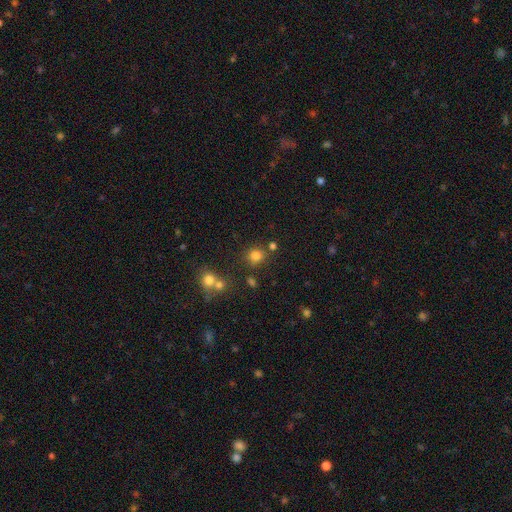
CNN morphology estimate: Q: Smooth or featured?
A: smooth (78%); runner-up: star or artifact (16%)
Q: How rounded?
A: round (84%); runner-up: in between (15%)
Q: Merging?
A: none (77%); runner-up: merger (10%)